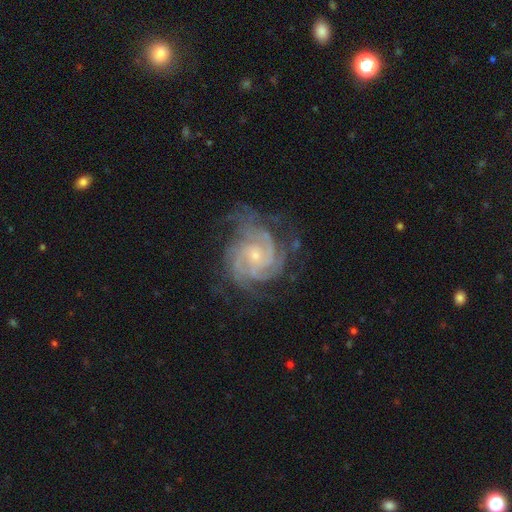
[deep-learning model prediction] Morphology: type=featured or disk (90%); edge-on=no (98%); bar=no (71%); spiral arms=yes (98%); winding=tight (69%); arm count=4 (28%); bulge=small (72%); merging=none (65%).